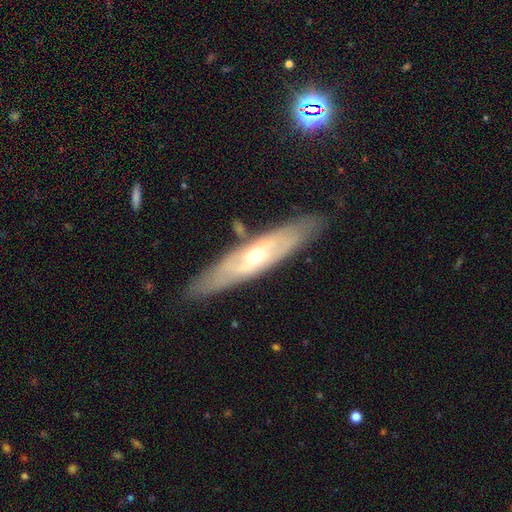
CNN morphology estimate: Q: Smooth or featured?
A: featured or disk (66%); runner-up: smooth (28%)
Q: Edge-on disk?
A: no (60%); runner-up: yes (40%)
Q: Merging?
A: none (80%); runner-up: minor disturbance (13%)